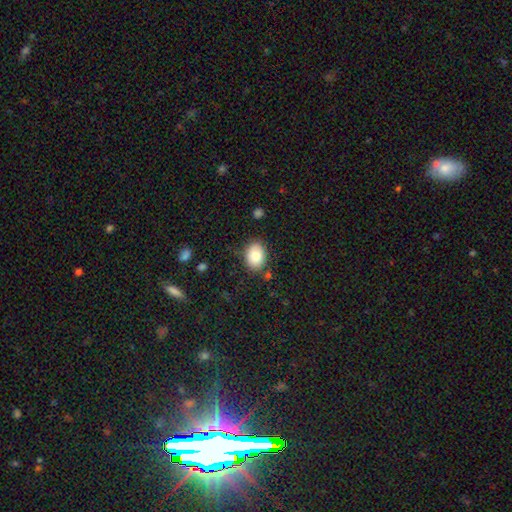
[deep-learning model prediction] Morphology: type=smooth (79%); roundness=in between (66%); merging=none (82%).